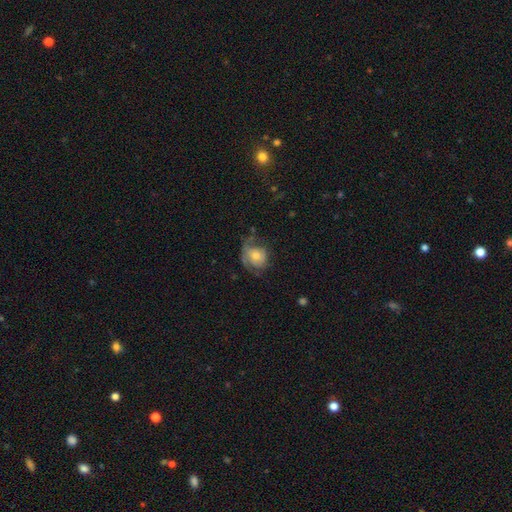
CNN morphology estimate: Q: Smooth or featured?
A: featured or disk (50%); runner-up: smooth (42%)
Q: Edge-on disk?
A: no (97%); runner-up: yes (3%)
Q: Merging?
A: none (42%); runner-up: minor disturbance (28%)